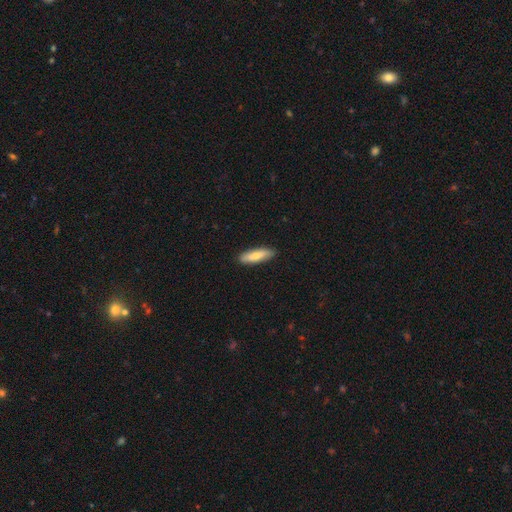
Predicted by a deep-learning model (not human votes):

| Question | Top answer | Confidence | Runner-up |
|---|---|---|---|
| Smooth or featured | smooth | 77% | featured or disk (17%) |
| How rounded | cigar-shaped | 64% | in between (34%) |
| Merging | none | 89% | minor disturbance (9%) |